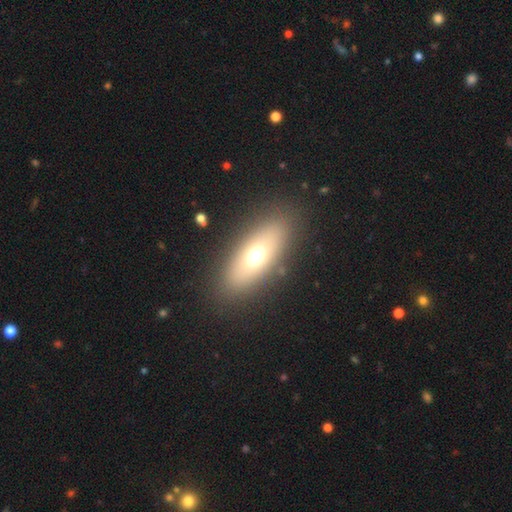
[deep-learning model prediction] This appears to be a smooth galaxy with no disk features (62%) that is in between round and cigar-shaped (75%). Merging: none (86%).